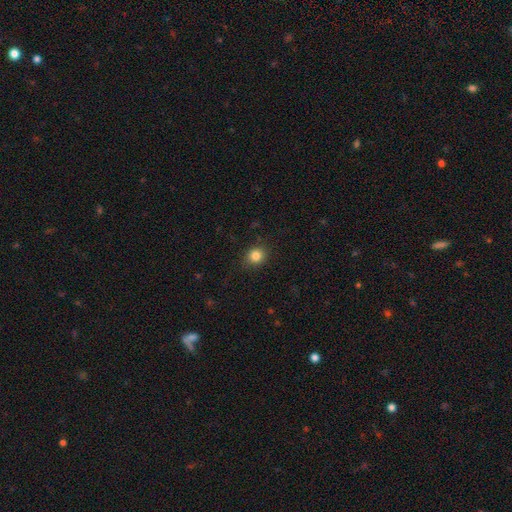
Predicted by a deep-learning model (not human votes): A smooth galaxy with no disk features (83%) that is round (78%). Merging: none (87%).